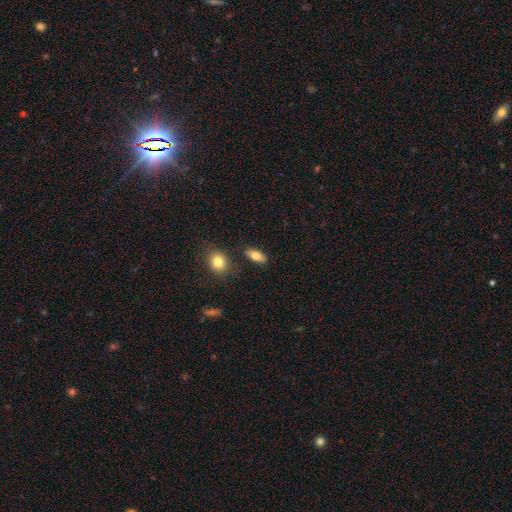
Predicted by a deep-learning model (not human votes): smooth_or_featured: smooth (p=0.80) [alt: featured or disk p=0.12]
how_rounded: in between (p=0.84) [alt: cigar-shaped p=0.11]
merging: none (p=0.84) [alt: minor disturbance p=0.10]